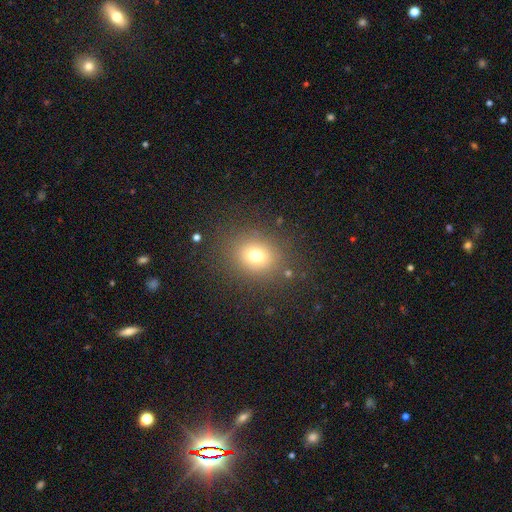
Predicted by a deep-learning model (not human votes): Overall: smooth (73%). How rounded: round (61%; in between 38%). Merging: none (82%).